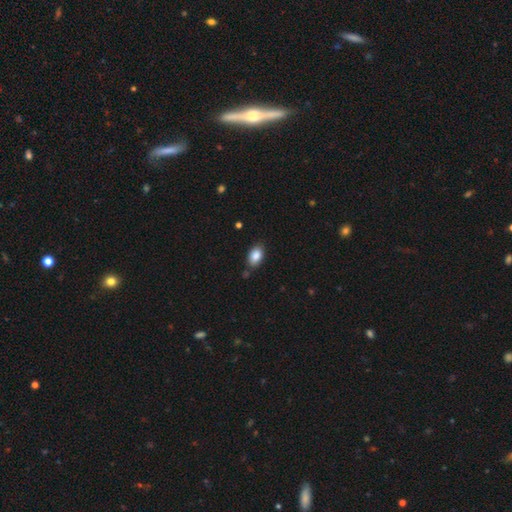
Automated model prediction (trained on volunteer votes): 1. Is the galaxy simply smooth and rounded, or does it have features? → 88% smooth, 7% star or artifact, 5% featured or disk.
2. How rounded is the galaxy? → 90% in between, 8% round, 2% cigar-shaped.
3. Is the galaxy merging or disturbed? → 78% none, 15% minor disturbance, 3% merger, 3% major disturbance.